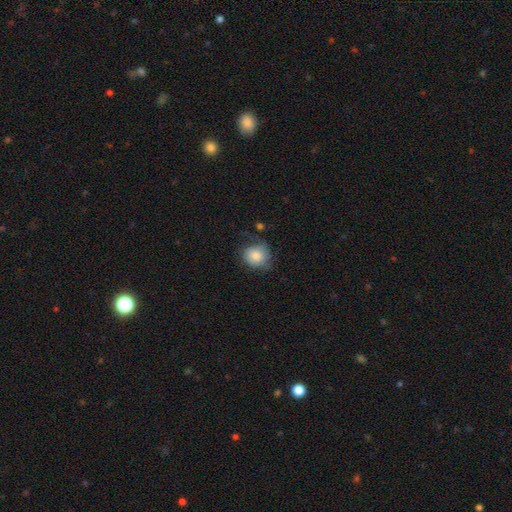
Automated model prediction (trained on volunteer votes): Smooth or featured? Predicted: smooth (p=0.82). How rounded? Predicted: round (p=0.72). Merging? Predicted: none (p=0.58).